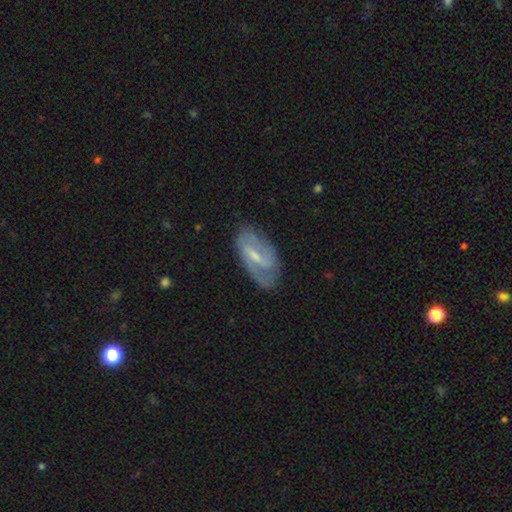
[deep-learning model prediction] Smooth or featured? featured or disk (70%)
Edge-on disk? no (93%)
Bar? weak (49%)
Spiral arms? yes (81%)
Spiral winding? medium (43%)
Spiral arm count? 2 (71%)
Bulge size? small (52%)
Merging? none (74%)